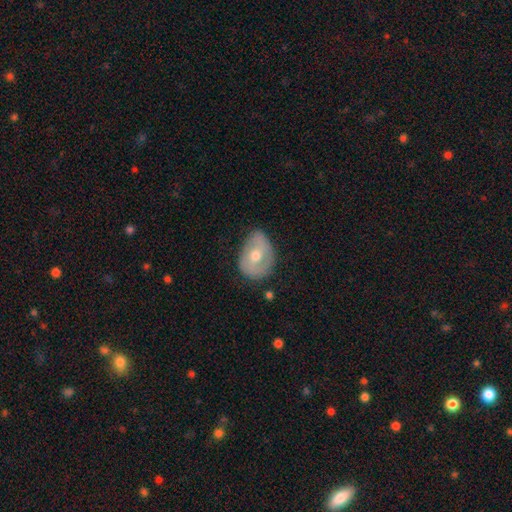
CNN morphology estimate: smooth-or-featured: featured or disk: 49% | smooth: 44% | star or artifact: 7%
  merging: none: 57% | minor disturbance: 32% | major disturbance: 9% | merger: 2%